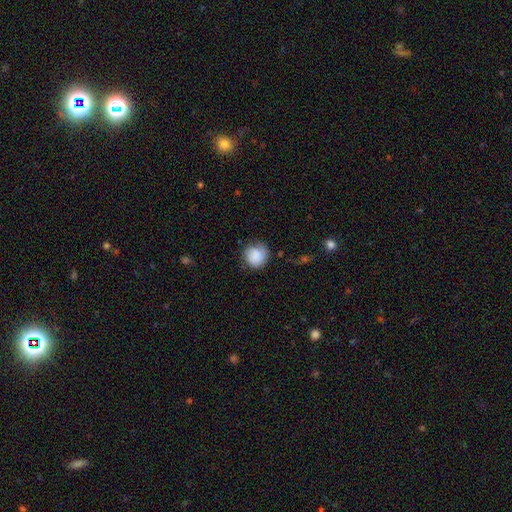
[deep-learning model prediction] Smooth or featured: smooth — 84% (featured or disk — 9%)
How rounded: round — 87% (in between — 12%)
Merging: none — 70% (minor disturbance — 22%)